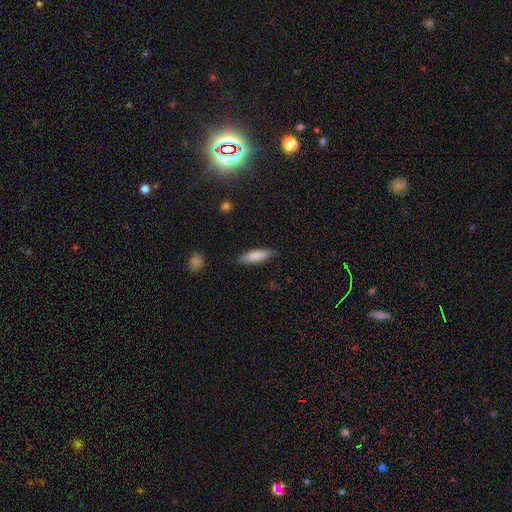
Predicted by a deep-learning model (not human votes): Morphology: type=smooth (83%); roundness=cigar-shaped (63%); merging=none (83%).